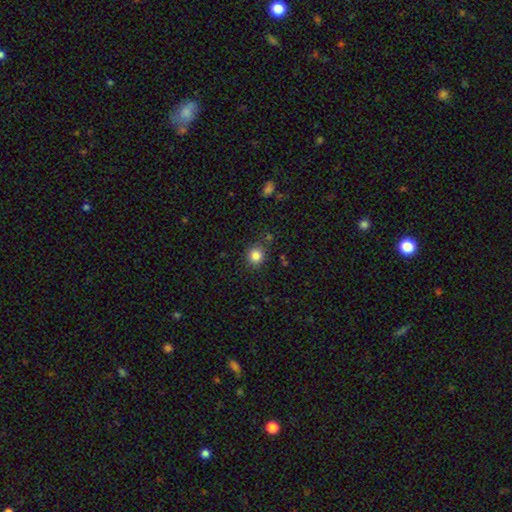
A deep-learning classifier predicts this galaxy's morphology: The model was most divided on "merging": none: 82%, minor disturbance: 11%, major disturbance: 3%, merger: 3%. More confident: how rounded — round (86%); smooth or featured — smooth (84%).